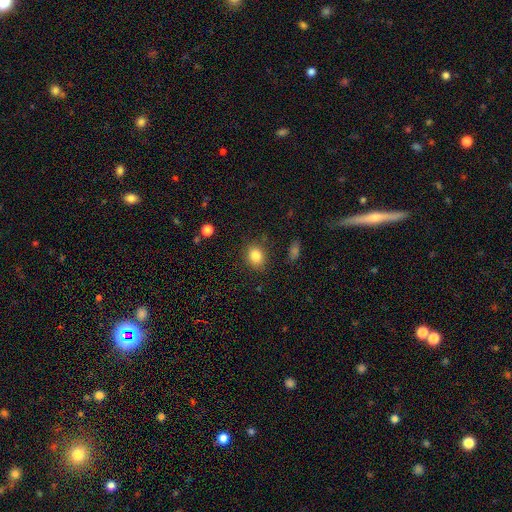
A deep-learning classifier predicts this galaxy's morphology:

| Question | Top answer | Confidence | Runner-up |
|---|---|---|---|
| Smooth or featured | smooth | 84% | star or artifact (10%) |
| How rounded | round | 53% | in between (46%) |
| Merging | none | 83% | minor disturbance (11%) |